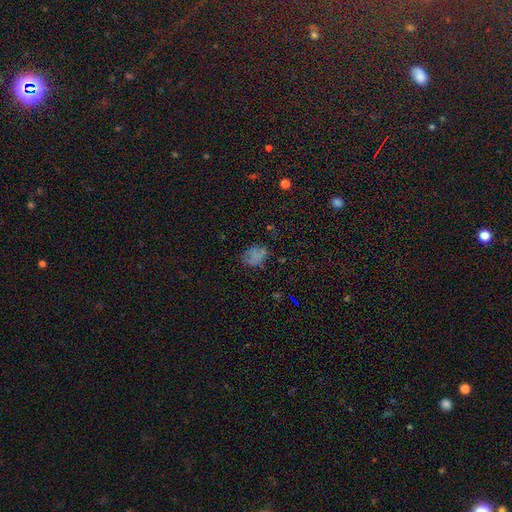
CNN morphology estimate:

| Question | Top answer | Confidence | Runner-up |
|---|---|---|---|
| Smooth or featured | smooth | 63% | star or artifact (25%) |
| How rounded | in between | 70% | round (28%) |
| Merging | none | 65% | minor disturbance (22%) |